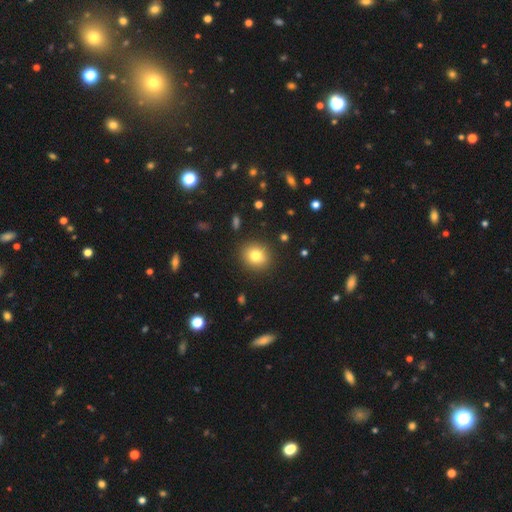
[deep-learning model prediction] smooth 79%, star or artifact 12%, featured or disk 10%. Down the decision tree: how rounded — round (79%); merging — none (89%).